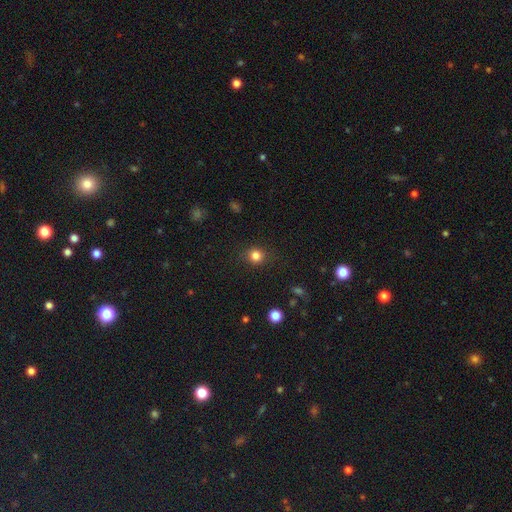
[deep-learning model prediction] smooth_or_featured: smooth (p=0.83) [alt: star or artifact p=0.12]
how_rounded: round (p=0.86) [alt: in between p=0.13]
merging: none (p=0.86) [alt: minor disturbance p=0.09]